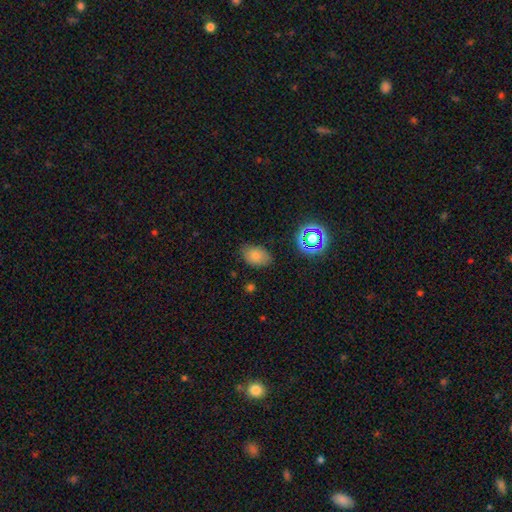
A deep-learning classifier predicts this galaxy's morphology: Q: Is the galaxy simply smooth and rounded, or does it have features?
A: smooth — 74%.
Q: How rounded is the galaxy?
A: in between — 84%.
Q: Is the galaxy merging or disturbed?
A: none — 78%.